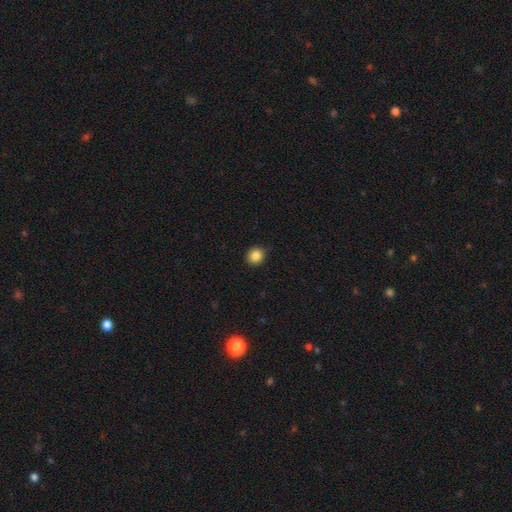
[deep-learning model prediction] A smooth galaxy with no disk features (86%) that is round (82%).

Vote fractions:
- Smooth or featured? smooth: 86% / star or artifact: 10% / featured or disk: 4%
- How rounded? round: 82% / in between: 17% / cigar-shaped: 1%
- Merging? none: 89% / minor disturbance: 8% / major disturbance: 2% / merger: 1%